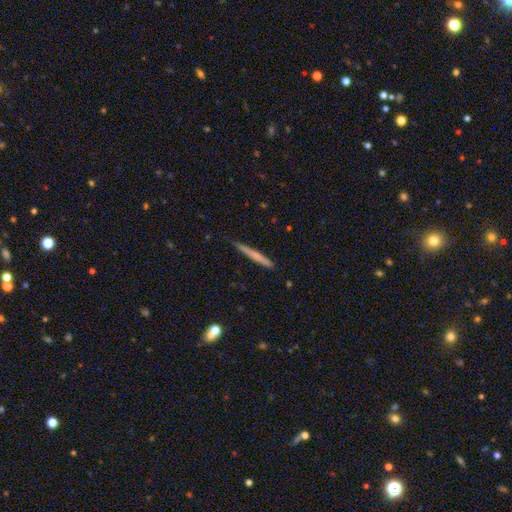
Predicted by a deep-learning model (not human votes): smooth-or-featured: smooth: 61% | featured or disk: 34% | star or artifact: 6%
  how-rounded: cigar-shaped: 96% | in between: 2% | round: 1%
  merging: none: 86% | minor disturbance: 11% | major disturbance: 2% | merger: 1%